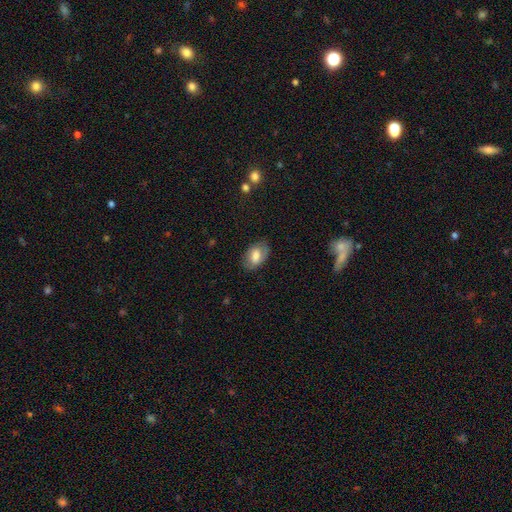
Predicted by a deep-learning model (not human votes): This appears to be a smooth galaxy with no disk features (67%) that is in between round and cigar-shaped (91%). Merging: none (75%).